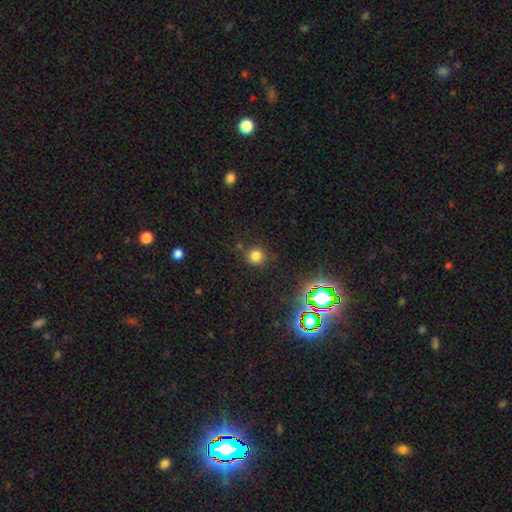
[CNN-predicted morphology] A smooth galaxy with no disk features (76%) that is round (91%).

Vote fractions:
- Smooth or featured? smooth: 76% / star or artifact: 19% / featured or disk: 6%
- How rounded? round: 91% / in between: 8% / cigar-shaped: 1%
- Merging? none: 82% / minor disturbance: 10% / merger: 4% / major disturbance: 4%